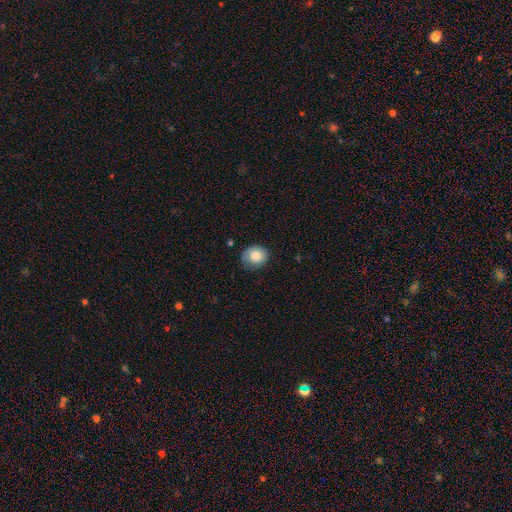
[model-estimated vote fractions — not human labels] Smooth or featured?
  - smooth: 80% *
  - featured or disk: 12%
  - star or artifact: 8%
How rounded?
  - round: 70% *
  - in between: 29%
  - cigar-shaped: 1%
Merging?
  - none: 69% *
  - minor disturbance: 24%
  - major disturbance: 6%
  - merger: 1%